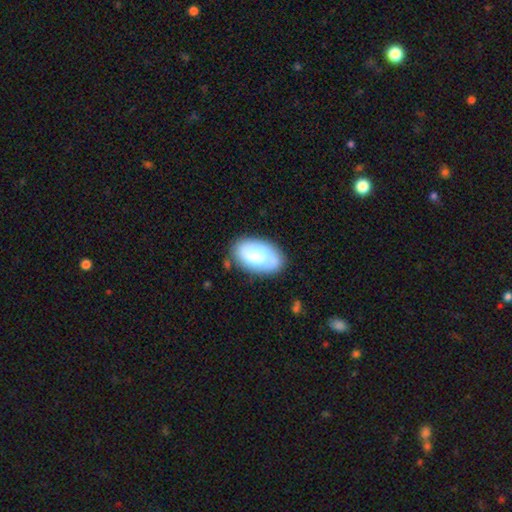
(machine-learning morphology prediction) Overall: smooth (73%). How rounded: in between (94%). Merging: none (75%).